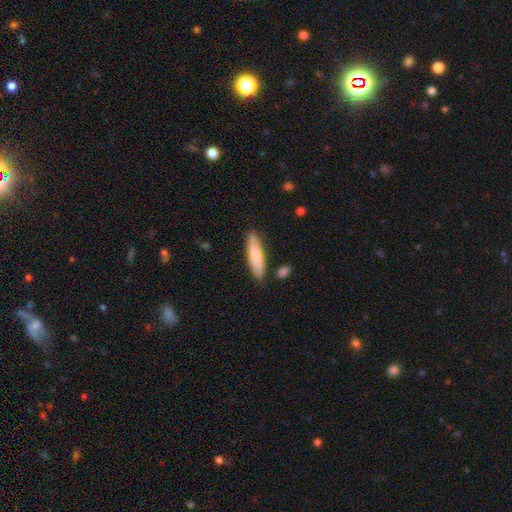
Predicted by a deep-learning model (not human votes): smooth 75%, featured or disk 20%, star or artifact 5%. Down the decision tree: how rounded — cigar-shaped (70%); merging — none (84%).